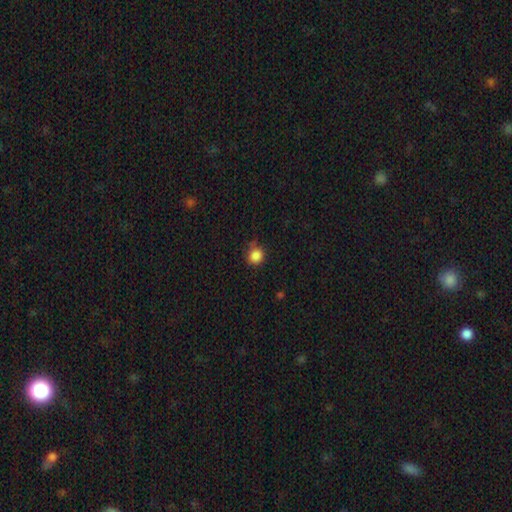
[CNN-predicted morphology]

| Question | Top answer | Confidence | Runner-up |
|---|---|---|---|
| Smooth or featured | smooth | 86% | star or artifact (11%) |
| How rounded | round | 83% | in between (16%) |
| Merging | none | 73% | minor disturbance (20%) |